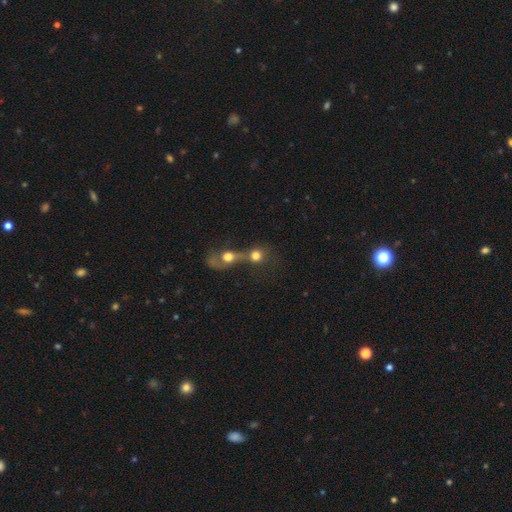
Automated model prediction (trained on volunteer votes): This is likely a smooth galaxy (71%). How rounded: clearly round (80%). Merging: likely merger (67%).